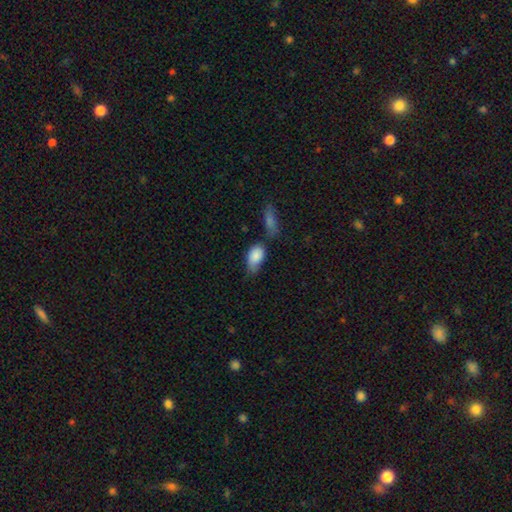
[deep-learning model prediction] Overall: smooth (85%). How rounded: in between (91%). Merging: none (43%; minor disturbance 32%).